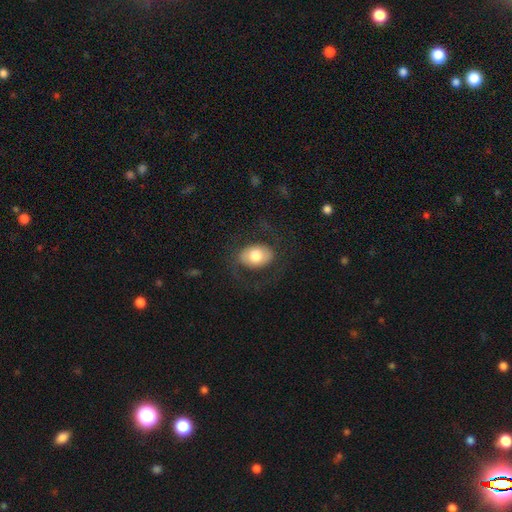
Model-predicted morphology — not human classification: type=smooth (62%); roundness=in between (77%); merging=none (71%).